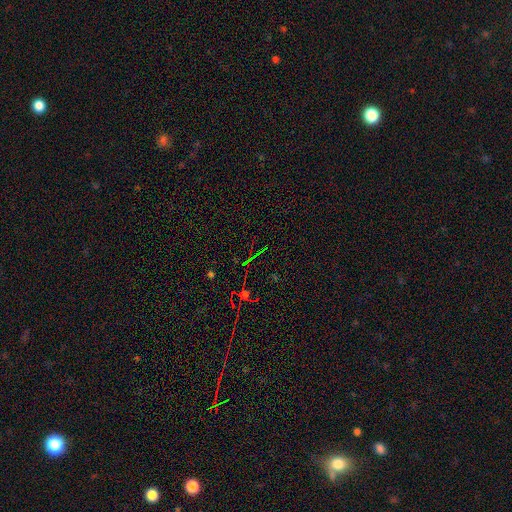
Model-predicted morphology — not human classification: The model was most divided on "smooth or featured": star or artifact: 77%, featured or disk: 12%, smooth: 11%.